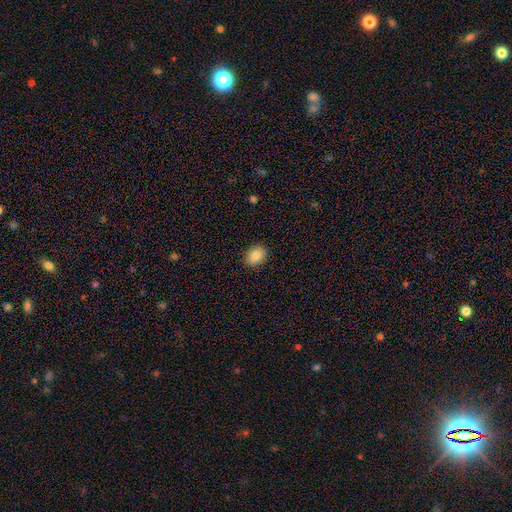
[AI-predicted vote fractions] A smooth galaxy with no disk features (85%) that is in between round and cigar-shaped (70%).

Vote fractions:
- Smooth or featured? smooth: 85% / star or artifact: 8% / featured or disk: 7%
- How rounded? in between: 70% / round: 29% / cigar-shaped: 1%
- Merging? none: 90% / minor disturbance: 8% / major disturbance: 2% / merger: 1%